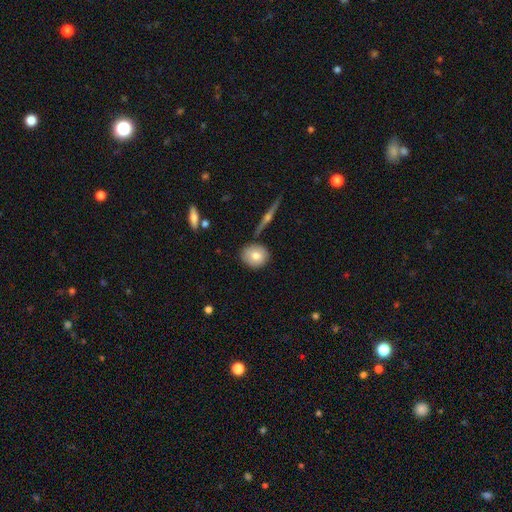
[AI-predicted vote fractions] Morphology: type=smooth (76%); roundness=round (70%); merging=none (81%).